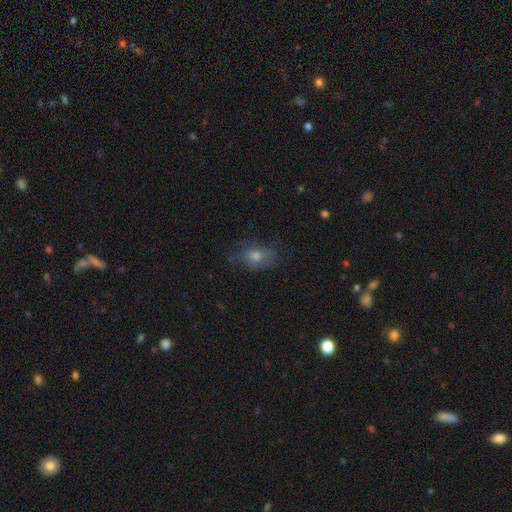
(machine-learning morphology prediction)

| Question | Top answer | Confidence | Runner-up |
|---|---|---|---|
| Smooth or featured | smooth | 66% | featured or disk (19%) |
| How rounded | in between | 65% | round (33%) |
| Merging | none | 66% | minor disturbance (23%) |